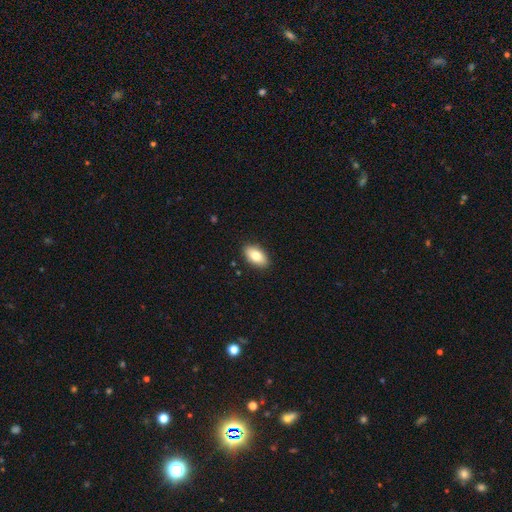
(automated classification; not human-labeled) Smooth or featured? Predicted: smooth (p=0.81). How rounded? Predicted: in between (p=0.92). Merging? Predicted: none (p=0.89).